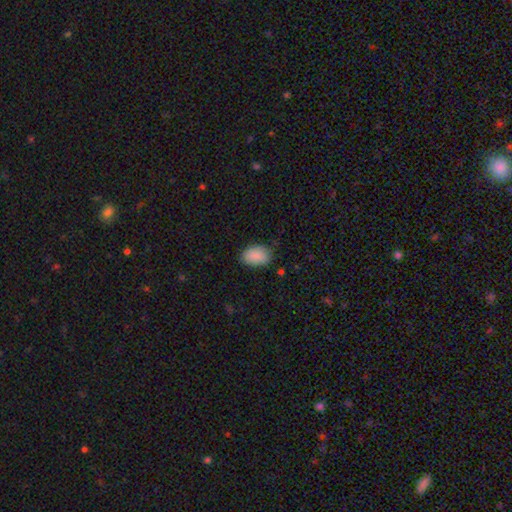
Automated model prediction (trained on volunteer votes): Q: Smooth or featured?
A: smooth (89%); runner-up: star or artifact (7%)
Q: How rounded?
A: in between (87%); runner-up: round (12%)
Q: Merging?
A: none (77%); runner-up: minor disturbance (18%)